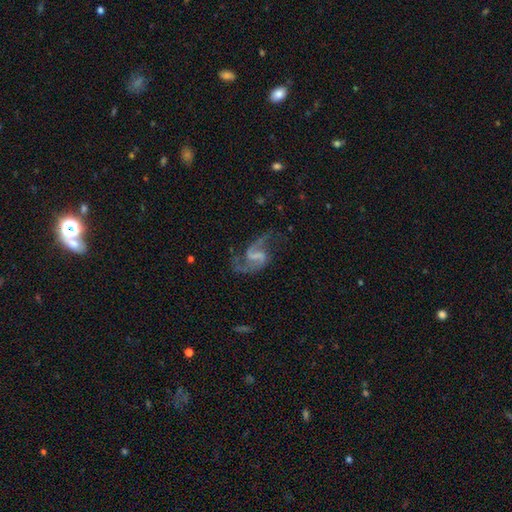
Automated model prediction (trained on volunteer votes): smooth-or-featured: featured or disk: 89% | star or artifact: 6% | smooth: 5%
  disk-edge-on: no: 98% | yes: 2%
    bar: weak: 51% | strong: 31% | no: 18%
    has-spiral-arms: yes: 96% | no: 4%
      spiral-winding: loose: 55% | medium: 39% | tight: 6%
      spiral-arm-count: 2: 92% | 1: 3% | can't tell: 2% | 3: 1% | 4: 1% | more than 4: 1%
    bulge-size: none: 55% | small: 28% | moderate: 13% | large: 3% | dominant: 1%
  merging: none: 67% | minor disturbance: 16% | major disturbance: 14% | merger: 3%